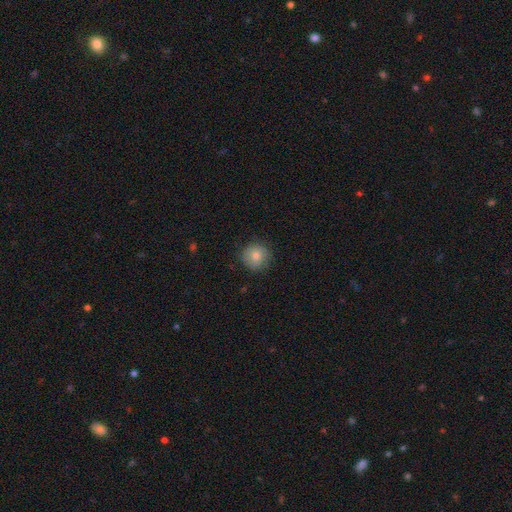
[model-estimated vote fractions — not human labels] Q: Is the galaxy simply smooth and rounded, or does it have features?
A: smooth — 80%.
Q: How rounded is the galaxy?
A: round — 92%.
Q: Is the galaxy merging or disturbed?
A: none — 82%.